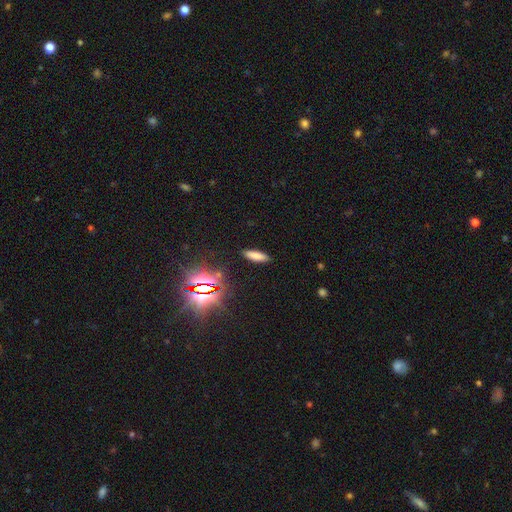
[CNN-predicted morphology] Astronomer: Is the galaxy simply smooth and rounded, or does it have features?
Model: smooth — 73%.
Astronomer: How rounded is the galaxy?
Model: cigar-shaped — 51% (runner-up: in between, 46%).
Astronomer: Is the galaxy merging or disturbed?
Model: none — 89%.